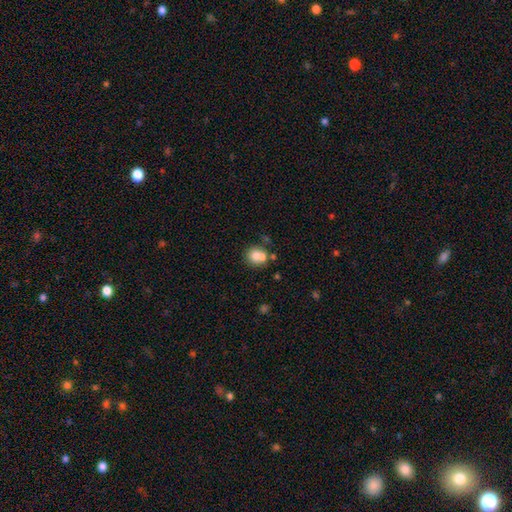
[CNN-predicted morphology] This appears to be a smooth galaxy with no disk features (72%) that is round (83%). Merging: none (47%).